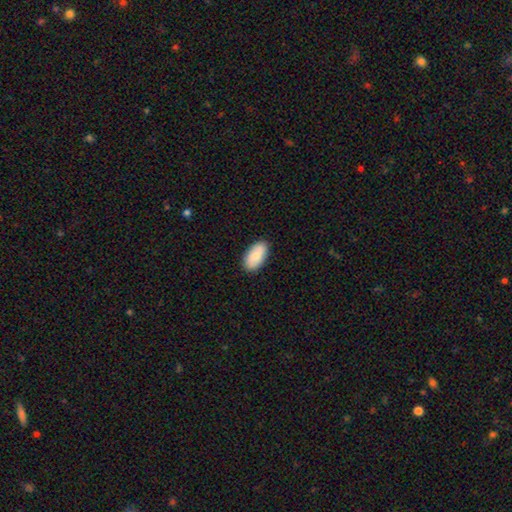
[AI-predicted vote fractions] This appears to be a smooth galaxy with no disk features (79%) that is in between round and cigar-shaped (94%). Merging: none (86%).